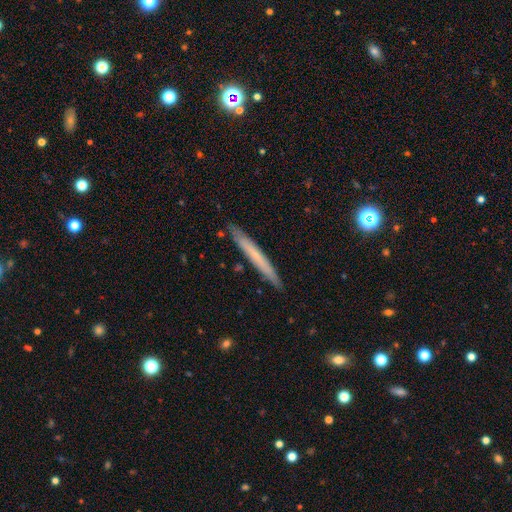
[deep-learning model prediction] smooth-or-featured: smooth: 56% | featured or disk: 38% | star or artifact: 7%
  how-rounded: cigar-shaped: 97% | in between: 2% | round: 1%
  merging: none: 89% | minor disturbance: 8% | major disturbance: 1% | merger: 1%